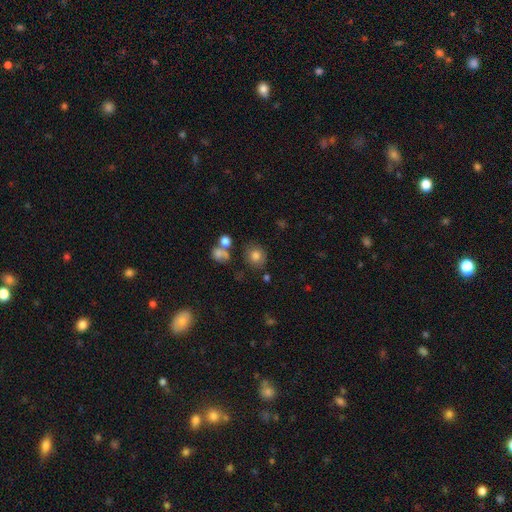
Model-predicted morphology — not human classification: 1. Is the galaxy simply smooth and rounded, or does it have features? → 79% smooth, 11% star or artifact, 11% featured or disk.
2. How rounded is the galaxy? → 75% round, 24% in between, 1% cigar-shaped.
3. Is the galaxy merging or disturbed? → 74% none, 13% minor disturbance, 8% merger, 5% major disturbance.